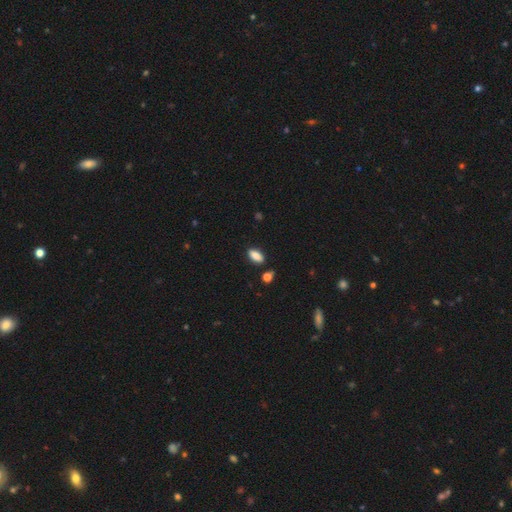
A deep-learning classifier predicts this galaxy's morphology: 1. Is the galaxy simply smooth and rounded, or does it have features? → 86% smooth, 8% star or artifact, 6% featured or disk.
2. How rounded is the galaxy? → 87% in between, 9% cigar-shaped, 3% round.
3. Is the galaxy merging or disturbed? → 84% none, 11% minor disturbance, 3% merger, 2% major disturbance.